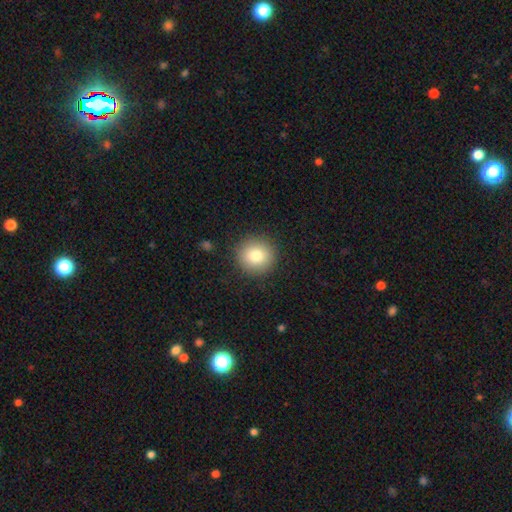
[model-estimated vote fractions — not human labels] A smooth galaxy with no disk features (80%) that is round (93%). Merging: none (90%).